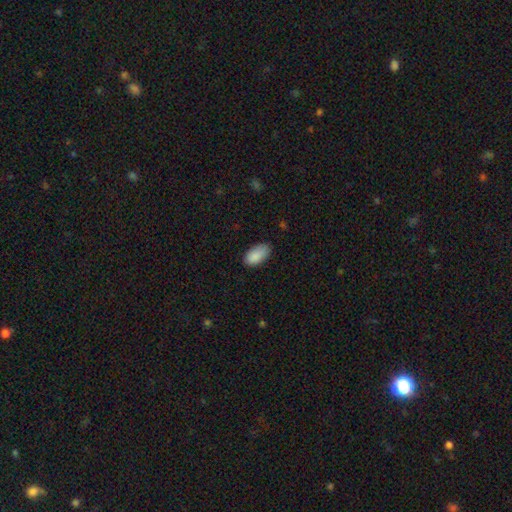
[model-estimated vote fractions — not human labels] This is clearly a smooth galaxy (89%). How rounded: clearly in between (94%). Merging: likely none (74%).